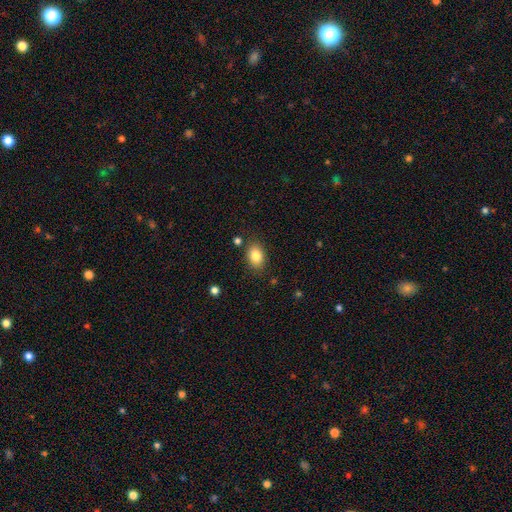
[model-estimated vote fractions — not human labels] Smooth or featured? smooth (84%)
How rounded? in between (80%)
Merging? none (84%)